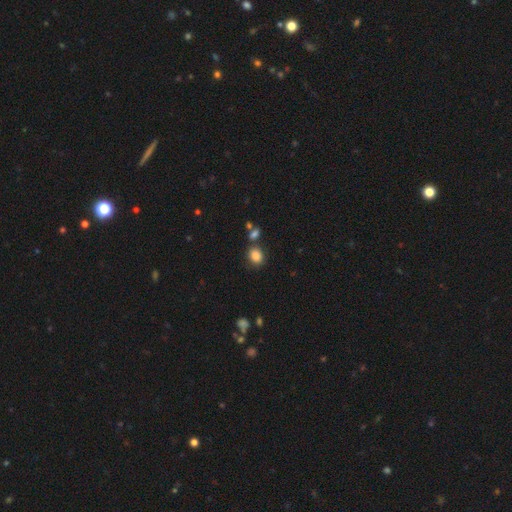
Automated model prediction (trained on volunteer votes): Smooth or featured: smooth — 85% (star or artifact — 10%)
How rounded: round — 50% (in between — 49%)
Merging: none — 73% (merger — 12%)